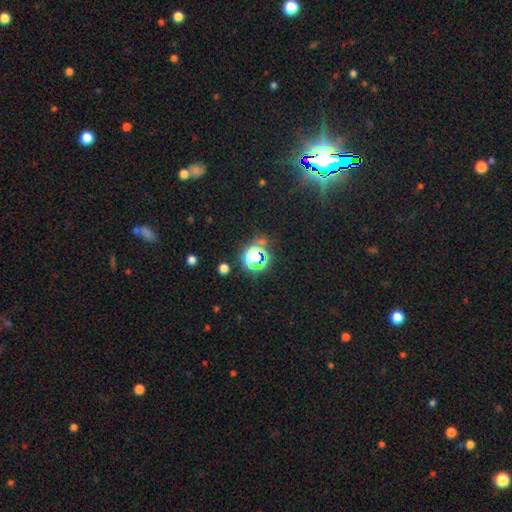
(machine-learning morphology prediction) Smooth or featured?
  - star or artifact: 77% *
  - smooth: 15%
  - featured or disk: 8%